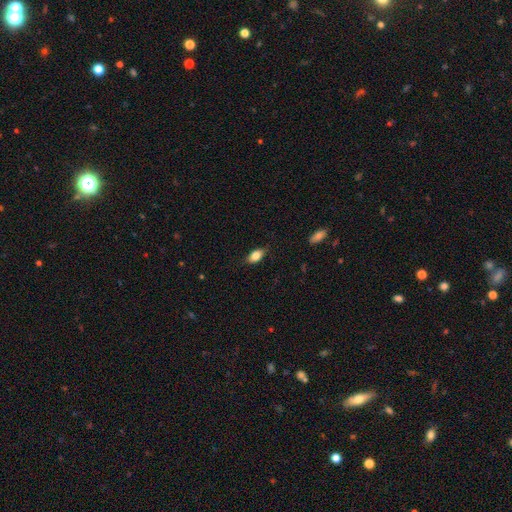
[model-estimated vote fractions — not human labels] This appears to be a smooth galaxy with no disk features (78%) that is in between round and cigar-shaped (85%). Merging: none (79%).